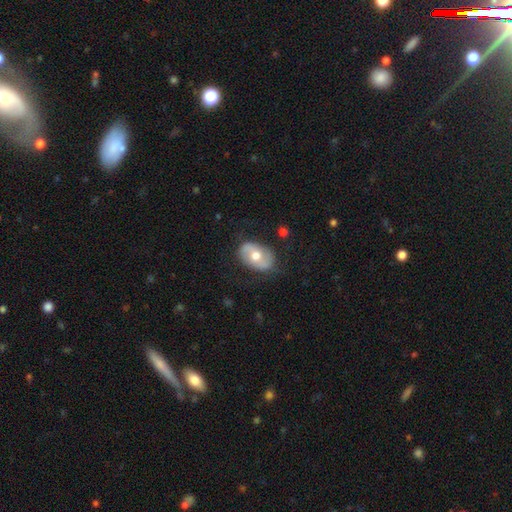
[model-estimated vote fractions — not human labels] Smooth or featured?
  - smooth: 49% *
  - featured or disk: 45%
  - star or artifact: 6%
Merging?
  - none: 76% *
  - minor disturbance: 17%
  - major disturbance: 6%
  - merger: 1%